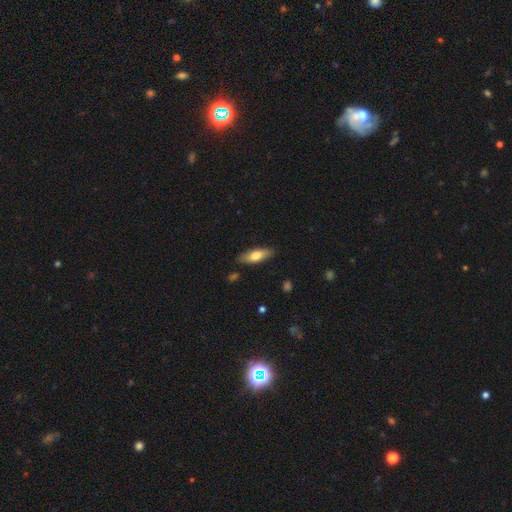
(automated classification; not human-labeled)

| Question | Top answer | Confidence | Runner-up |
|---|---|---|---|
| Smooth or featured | smooth | 71% | featured or disk (23%) |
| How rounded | in between | 64% | cigar-shaped (34%) |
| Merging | none | 85% | minor disturbance (12%) |